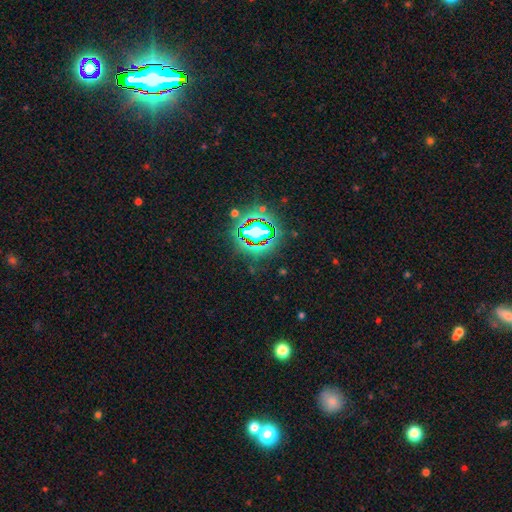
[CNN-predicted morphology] smooth-or-featured: star or artifact: 79% | smooth: 13% | featured or disk: 8%